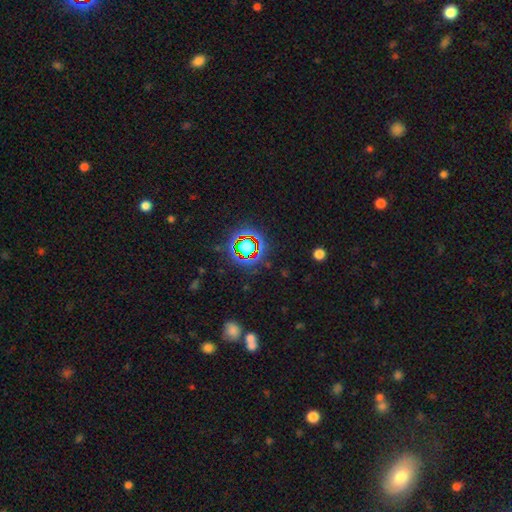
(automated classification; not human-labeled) Smooth or featured? Predicted: star or artifact (p=0.71).